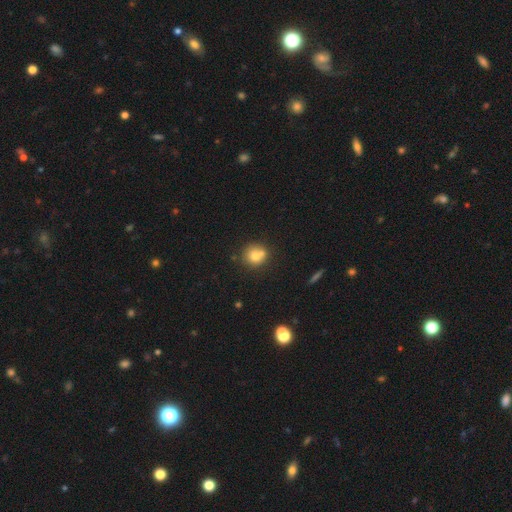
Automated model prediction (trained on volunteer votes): The model was most divided on "merging": none: 57%, merger: 27%, minor disturbance: 13%, major disturbance: 4%. More confident: how rounded — round (87%); smooth or featured — smooth (74%).